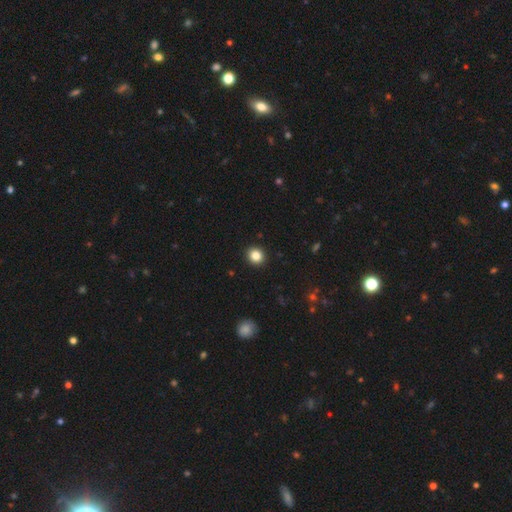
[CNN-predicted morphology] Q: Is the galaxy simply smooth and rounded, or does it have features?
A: smooth — 85%.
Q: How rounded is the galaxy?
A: round — 87%.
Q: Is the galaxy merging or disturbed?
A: none — 93%.